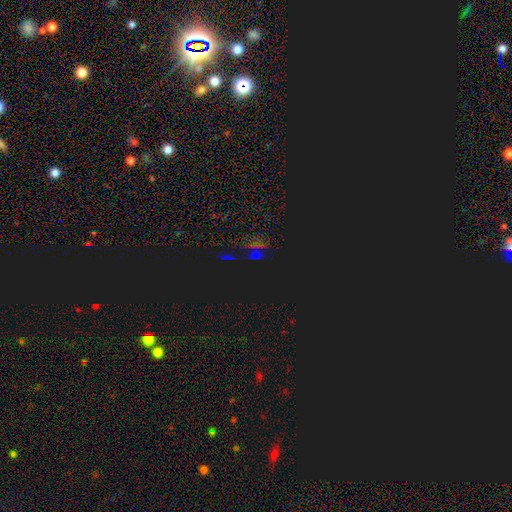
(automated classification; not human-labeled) The model was most divided on "smooth or featured": star or artifact: 78%, smooth: 14%, featured or disk: 8%.